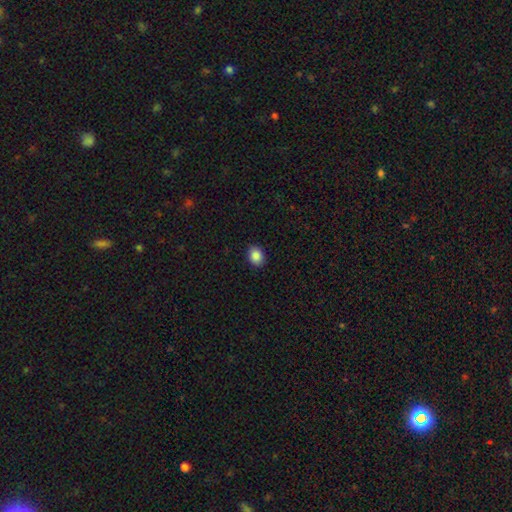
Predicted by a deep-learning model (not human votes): smooth-or-featured: smooth: 87% | star or artifact: 9% | featured or disk: 4%
  how-rounded: in between: 56% | round: 43% | cigar-shaped: 1%
  merging: none: 90% | minor disturbance: 7% | major disturbance: 2% | merger: 1%